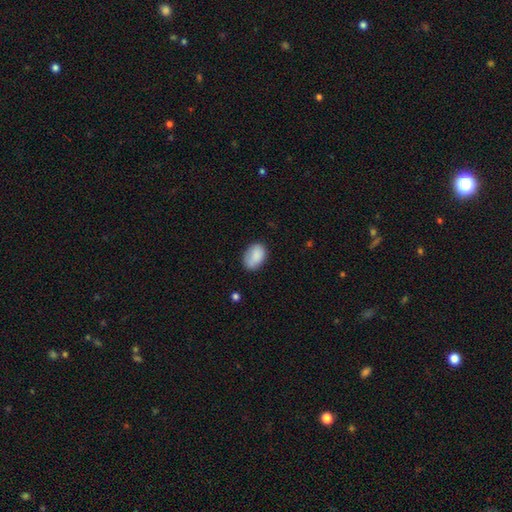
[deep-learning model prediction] Smooth or featured: smooth — 85% (featured or disk — 8%)
How rounded: in between — 84% (round — 15%)
Merging: none — 68% (minor disturbance — 23%)